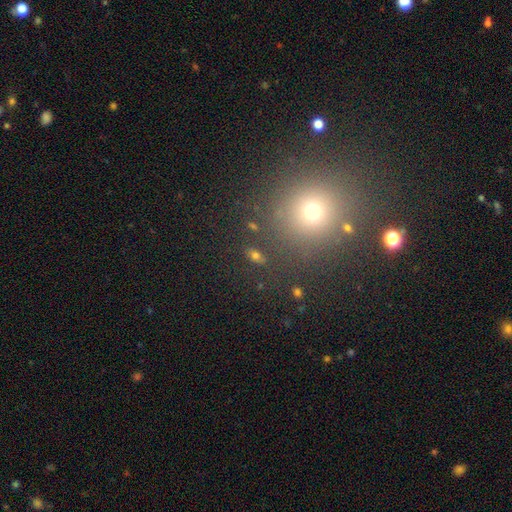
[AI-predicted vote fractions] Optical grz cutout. It shows a smooth galaxy with no disk features (56%) that is round (87%). Merging: none (83%).